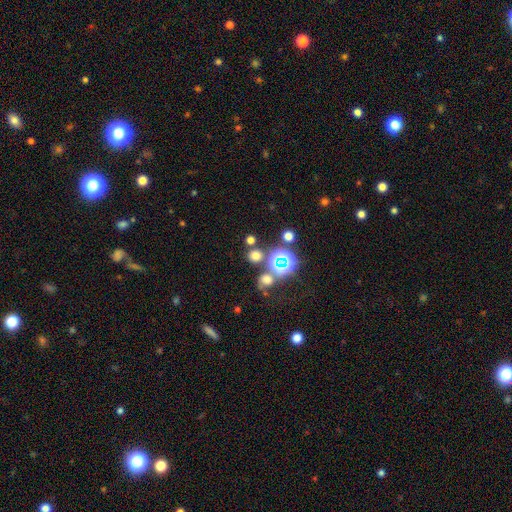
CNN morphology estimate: A smooth galaxy with no disk features (62%) that is round (88%).

Vote fractions:
- Smooth or featured? smooth: 62% / star or artifact: 32% / featured or disk: 6%
- How rounded? round: 88% / in between: 11% / cigar-shaped: 1%
- Merging? none: 74% / merger: 14% / minor disturbance: 8% / major disturbance: 4%